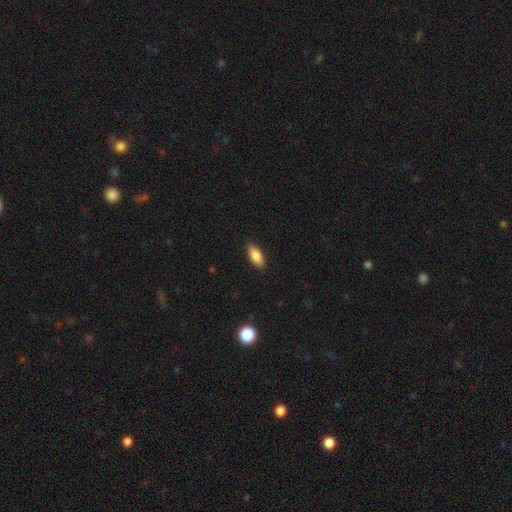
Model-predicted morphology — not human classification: A smooth galaxy with no disk features (84%) that is in between round and cigar-shaped (85%).

Vote fractions:
- Smooth or featured? smooth: 84% / featured or disk: 9% / star or artifact: 6%
- How rounded? in between: 85% / cigar-shaped: 13% / round: 2%
- Merging? none: 88% / minor disturbance: 10% / major disturbance: 2% / merger: 1%